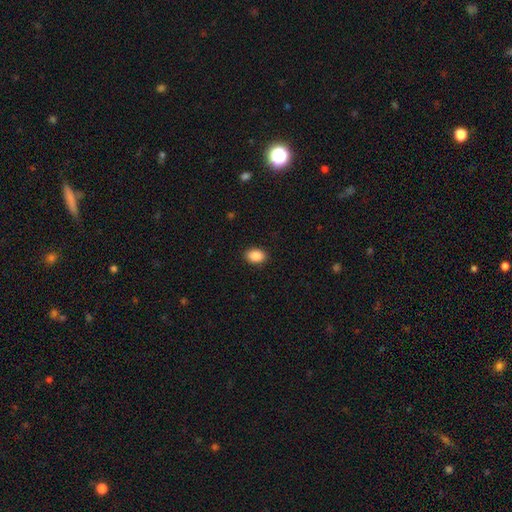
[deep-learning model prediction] The model was most divided on "how rounded": in between: 80%, round: 19%, cigar-shaped: 1%. More confident: merging — none (90%); smooth or featured — smooth (90%).